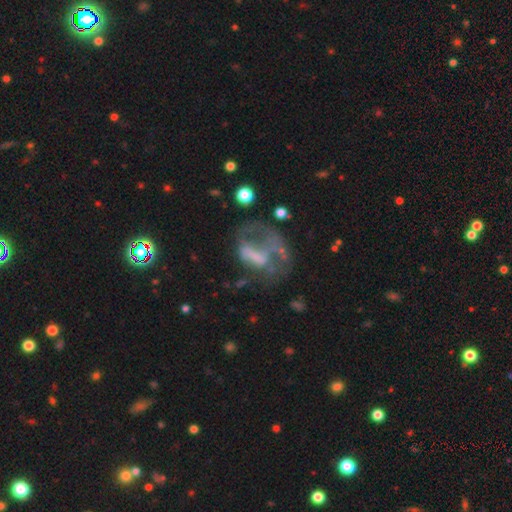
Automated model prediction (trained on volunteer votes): Smooth or featured? Predicted: featured or disk (p=0.55). Edge-on disk? Predicted: no (p=0.96). Bar? Predicted: no (p=0.60). Spiral arms? Predicted: no (p=0.74). Bulge size? Predicted: none (p=0.59). Merging? Predicted: major disturbance (p=0.49).